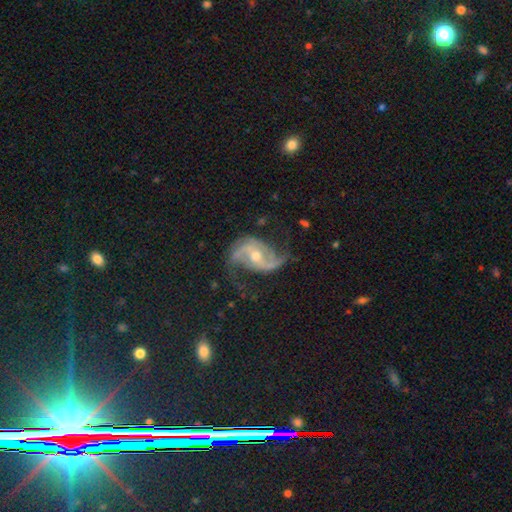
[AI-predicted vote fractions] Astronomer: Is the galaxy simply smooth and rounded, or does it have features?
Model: featured or disk — 89%.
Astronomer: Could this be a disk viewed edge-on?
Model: no — 97%.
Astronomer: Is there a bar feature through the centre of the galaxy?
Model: no — 41% (runner-up: weak, 39%).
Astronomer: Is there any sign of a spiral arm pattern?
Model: yes — 97%.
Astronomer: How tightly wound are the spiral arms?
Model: loose — 48% (runner-up: medium, 40%).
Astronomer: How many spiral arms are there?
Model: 2 — 87%.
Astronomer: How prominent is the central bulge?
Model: moderate — 65%.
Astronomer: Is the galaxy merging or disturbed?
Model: none — 65%.